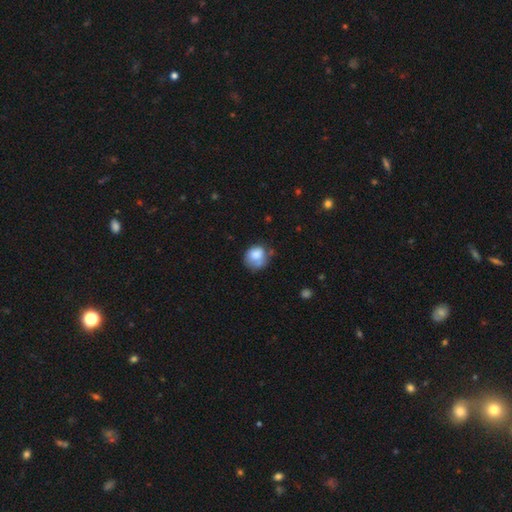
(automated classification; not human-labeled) Smooth or featured?
  - smooth: 76% *
  - featured or disk: 15%
  - star or artifact: 9%
How rounded?
  - round: 70% *
  - in between: 30%
  - cigar-shaped: 1%
Merging?
  - none: 47% *
  - minor disturbance: 31%
  - major disturbance: 15%
  - merger: 7%